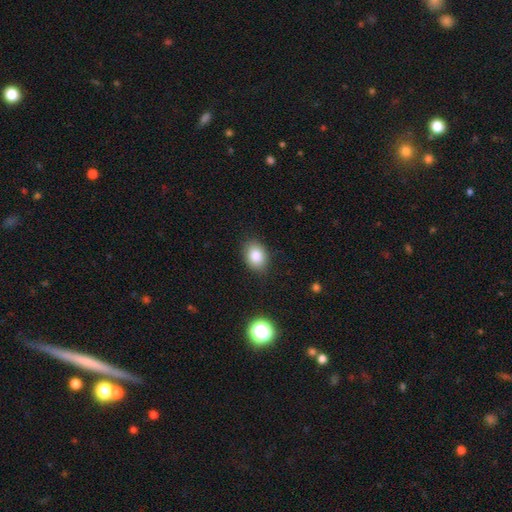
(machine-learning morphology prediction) smooth 82%, star or artifact 10%, featured or disk 8%. Down the decision tree: how rounded — in between (64%); merging — none (87%).